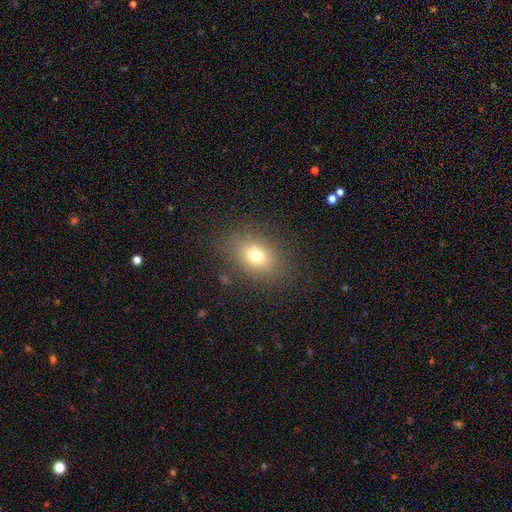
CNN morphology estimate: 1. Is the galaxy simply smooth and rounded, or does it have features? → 71% smooth, 15% star or artifact, 14% featured or disk.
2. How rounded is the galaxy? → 66% in between, 32% round, 2% cigar-shaped.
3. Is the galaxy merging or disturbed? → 83% none, 11% minor disturbance, 5% major disturbance, 1% merger.